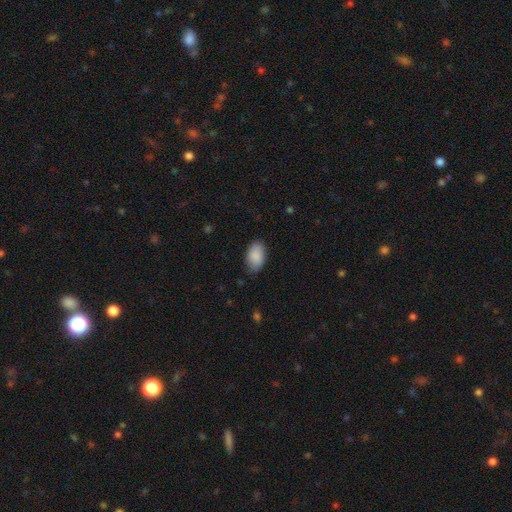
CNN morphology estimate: smooth 89%, star or artifact 6%, featured or disk 5%. Down the decision tree: how rounded — in between (93%); merging — none (79%).